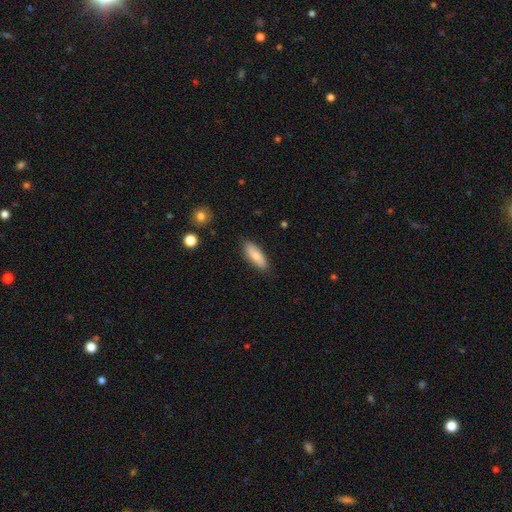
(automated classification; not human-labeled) smooth-or-featured: smooth: 82% | featured or disk: 12% | star or artifact: 6%
  how-rounded: in between: 62% | cigar-shaped: 36% | round: 2%
  merging: none: 85% | minor disturbance: 11% | major disturbance: 2% | merger: 1%